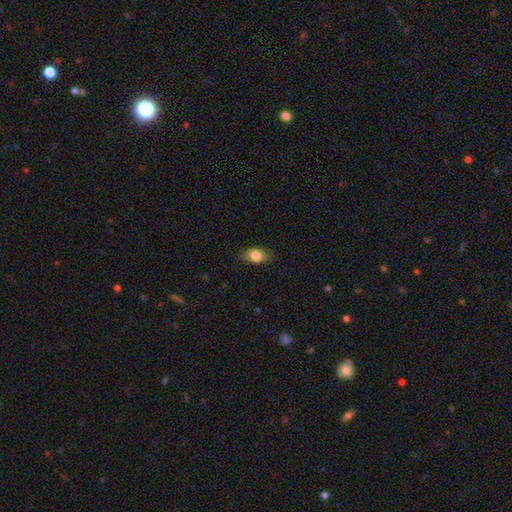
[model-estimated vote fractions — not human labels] A smooth galaxy with no disk features (81%) that is in between round and cigar-shaped (81%).

Vote fractions:
- Smooth or featured? smooth: 81% / featured or disk: 11% / star or artifact: 8%
- How rounded? in between: 81% / round: 17% / cigar-shaped: 2%
- Merging? none: 81% / minor disturbance: 15% / major disturbance: 3% / merger: 1%